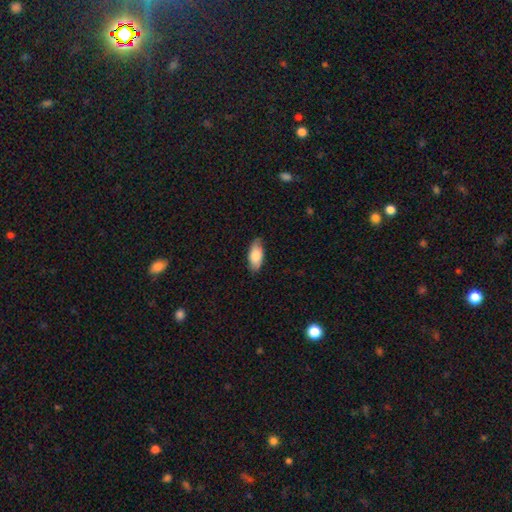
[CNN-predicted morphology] Smooth or featured: smooth — 80% (featured or disk — 14%)
How rounded: in between — 89% (cigar-shaped — 9%)
Merging: none — 82% (minor disturbance — 14%)